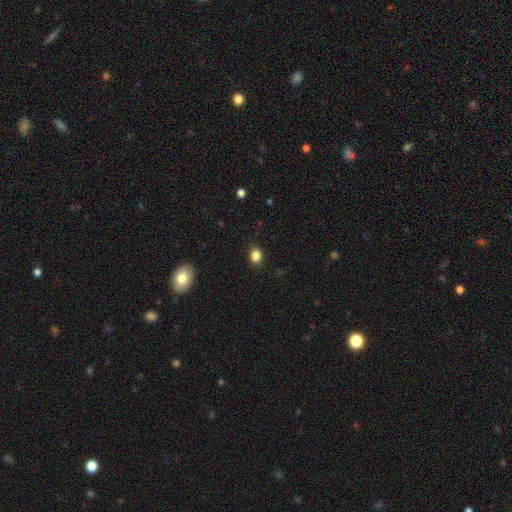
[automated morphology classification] type=smooth (85%); roundness=in between (54%); merging=none (86%).